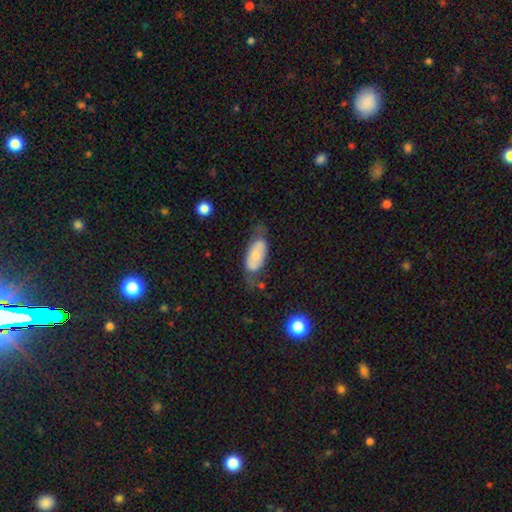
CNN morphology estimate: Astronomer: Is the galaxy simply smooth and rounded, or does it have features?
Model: smooth — 58% (runner-up: featured or disk, 35%).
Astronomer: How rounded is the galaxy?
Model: in between — 90%.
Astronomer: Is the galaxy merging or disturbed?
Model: none — 47% (runner-up: minor disturbance, 30%).